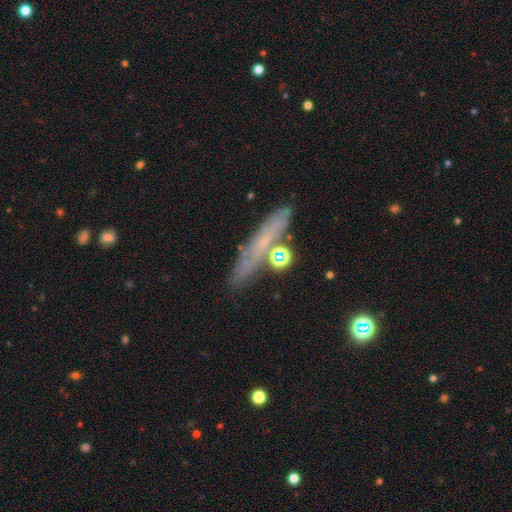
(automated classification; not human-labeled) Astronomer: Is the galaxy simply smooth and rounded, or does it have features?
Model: featured or disk — 50% (runner-up: smooth, 33%).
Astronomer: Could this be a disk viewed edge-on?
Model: yes — 75%.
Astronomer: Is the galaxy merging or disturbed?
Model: none — 67%.